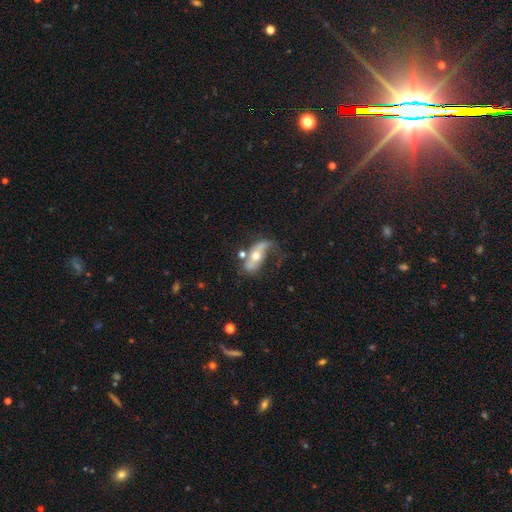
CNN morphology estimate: A featured or disk galaxy (61%).

Vote fractions:
- Smooth or featured? featured or disk: 61% / smooth: 32% / star or artifact: 7%
- Edge-on disk? no: 80% / yes: 20%
- Merging? none: 38% / major disturbance: 26% / minor disturbance: 25% / merger: 11%